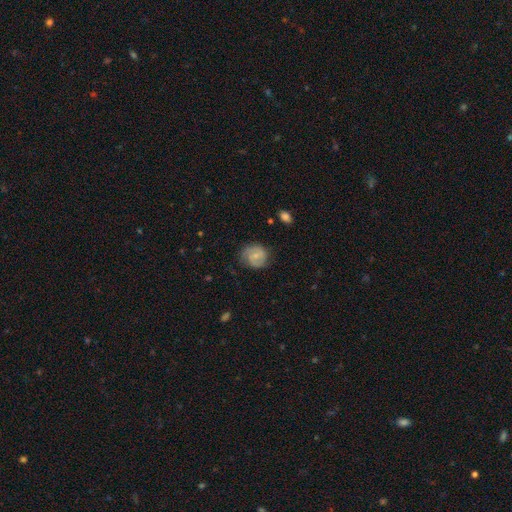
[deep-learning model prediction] smooth-or-featured: featured or disk: 59% | smooth: 34% | star or artifact: 7%
  disk-edge-on: no: 97% | yes: 3%
    bar: weak: 47% | no: 42% | strong: 11%
    has-spiral-arms: yes: 88% | no: 12%
      spiral-winding: medium: 44% | tight: 39% | loose: 17%
      spiral-arm-count: 2: 76% | can't tell: 13% | 1: 5% | 3: 3% | 4: 1% | more than 4: 1%
    bulge-size: small: 62% | moderate: 27% | none: 9% | large: 1% | dominant: 1%
  merging: none: 71% | minor disturbance: 20% | major disturbance: 7% | merger: 1%